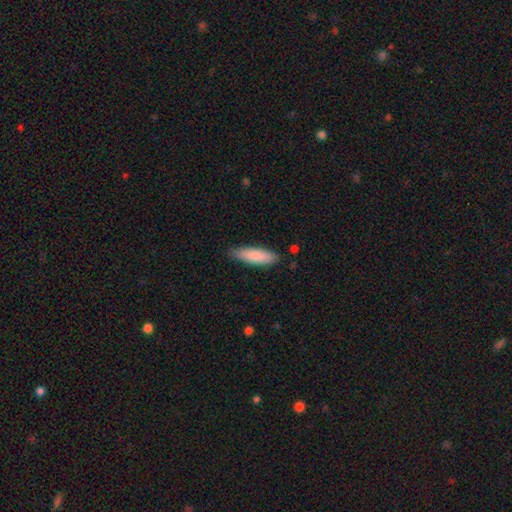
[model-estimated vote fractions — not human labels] Smooth or featured: smooth — 85% (featured or disk — 9%)
How rounded: cigar-shaped — 59% (in between — 40%)
Merging: none — 83% (minor disturbance — 13%)